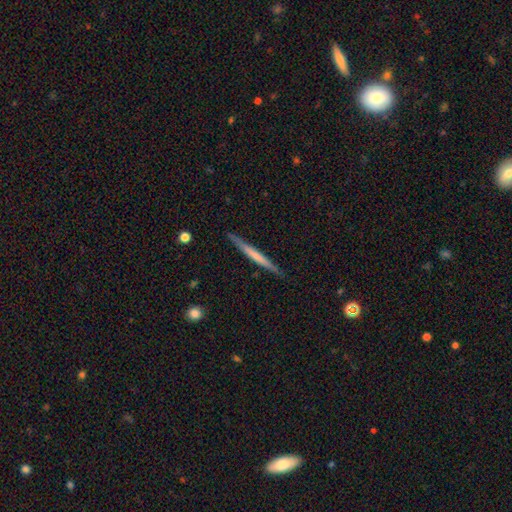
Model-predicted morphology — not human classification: Overall: featured or disk (49%; smooth 46%). Merging: none (89%).